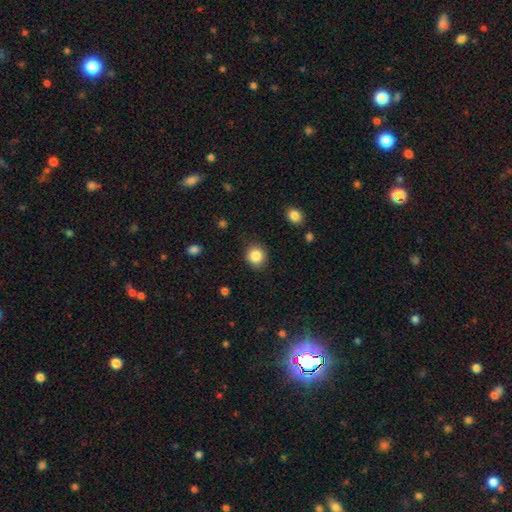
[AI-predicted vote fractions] Smooth or featured? Predicted: smooth (p=0.86). How rounded? Predicted: round (p=0.88). Merging? Predicted: none (p=0.88).